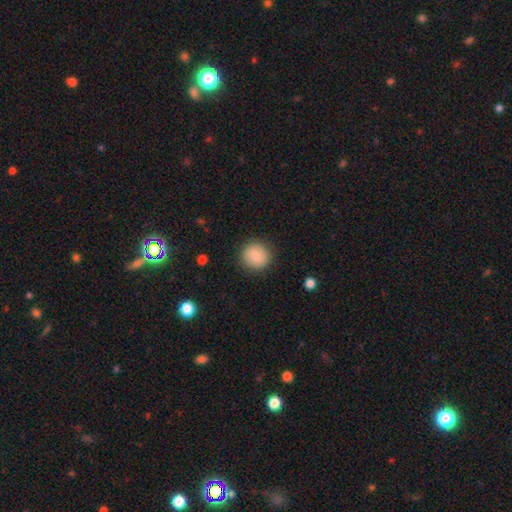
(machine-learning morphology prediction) This is clearly a smooth galaxy (84%). How rounded: clearly round (91%). Merging: clearly none (88%).